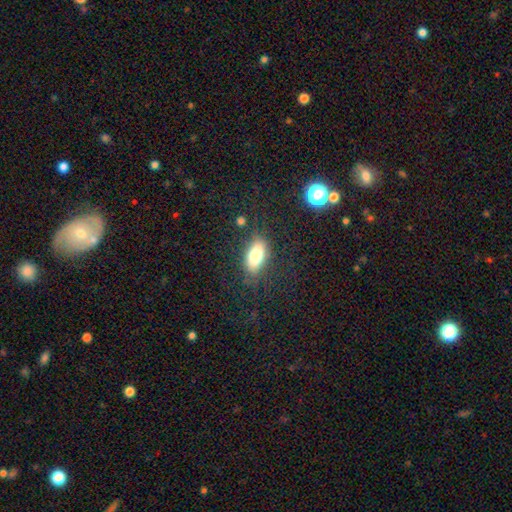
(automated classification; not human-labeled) Smooth or featured? Predicted: smooth (p=0.74). How rounded? Predicted: in between (p=0.83). Merging? Predicted: none (p=0.76).